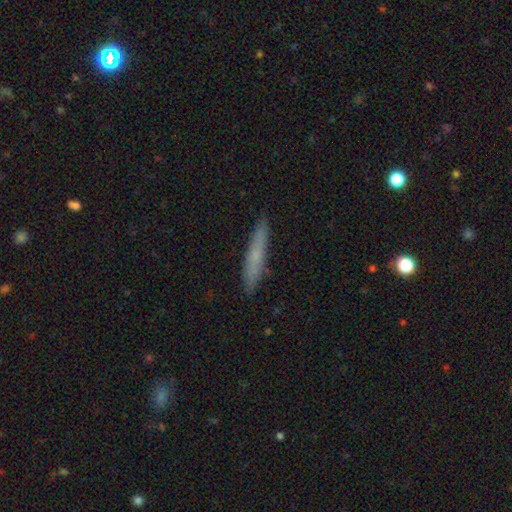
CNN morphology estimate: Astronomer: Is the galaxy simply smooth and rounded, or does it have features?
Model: smooth — 61%.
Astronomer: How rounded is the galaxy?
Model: cigar-shaped — 94%.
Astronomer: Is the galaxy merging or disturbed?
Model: none — 90%.